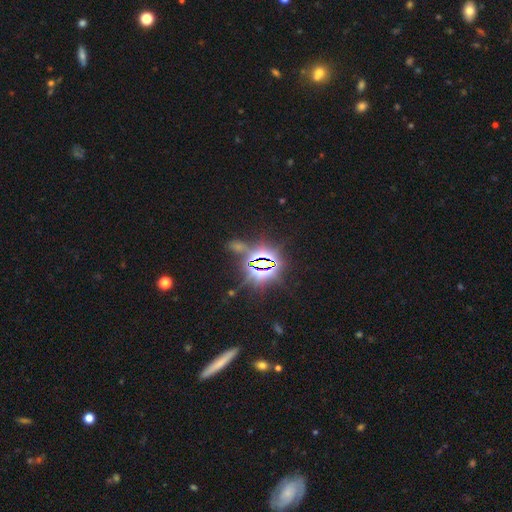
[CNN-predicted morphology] Smooth or featured? Predicted: star or artifact (p=0.76).